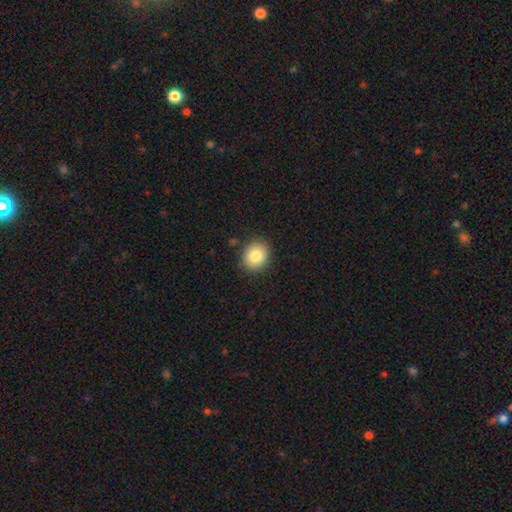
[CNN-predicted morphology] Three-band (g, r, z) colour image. It shows a smooth galaxy with no disk features (84%) that is round (69%). Merging: none (87%).